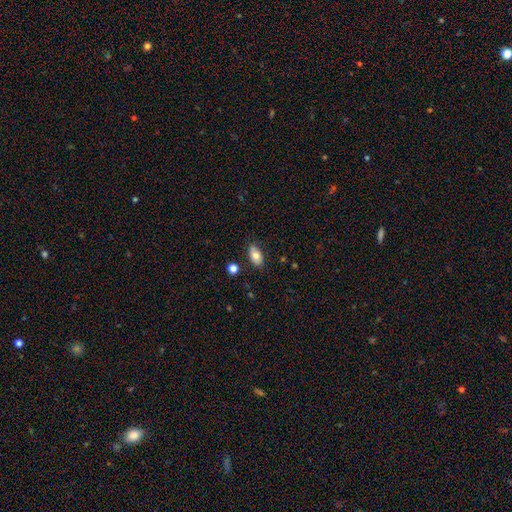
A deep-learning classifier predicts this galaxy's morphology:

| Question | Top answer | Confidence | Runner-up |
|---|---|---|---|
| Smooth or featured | smooth | 75% | featured or disk (17%) |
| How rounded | in between | 92% | round (6%) |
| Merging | none | 79% | minor disturbance (16%) |